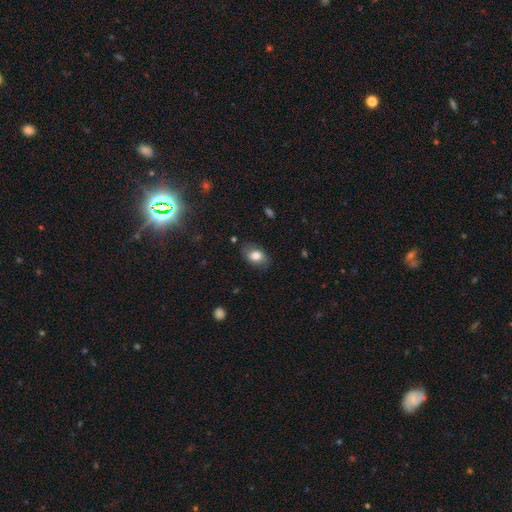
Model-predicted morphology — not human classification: smooth-or-featured: smooth: 78% | featured or disk: 13% | star or artifact: 8%
  how-rounded: in between: 82% | round: 16% | cigar-shaped: 1%
  merging: none: 80% | minor disturbance: 15% | major disturbance: 4% | merger: 1%